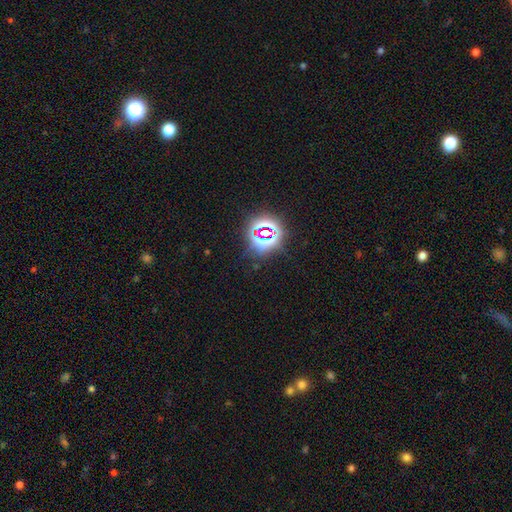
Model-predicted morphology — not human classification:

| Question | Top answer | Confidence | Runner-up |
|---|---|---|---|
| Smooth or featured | star or artifact | 79% | smooth (14%) |